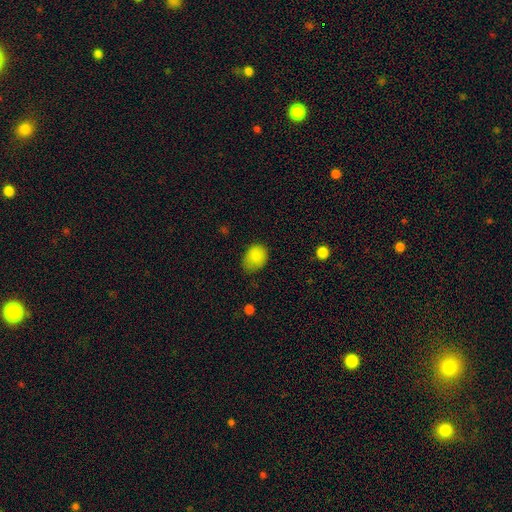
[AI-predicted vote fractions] Q: Smooth or featured?
A: smooth (85%); runner-up: star or artifact (10%)
Q: How rounded?
A: in between (62%); runner-up: round (37%)
Q: Merging?
A: none (58%); runner-up: minor disturbance (33%)